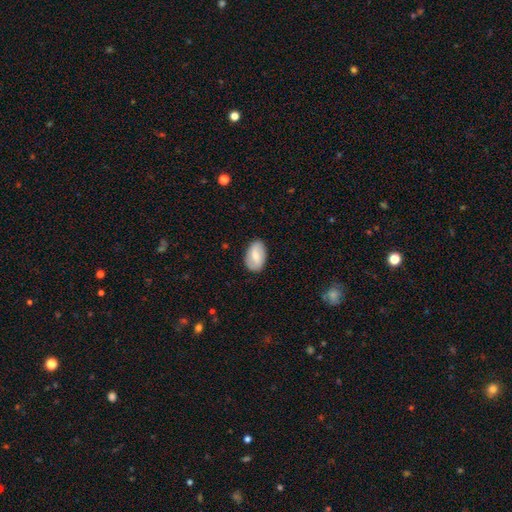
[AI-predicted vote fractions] Smooth or featured? Predicted: smooth (p=0.63). How rounded? Predicted: in between (p=0.92). Merging? Predicted: none (p=0.85).